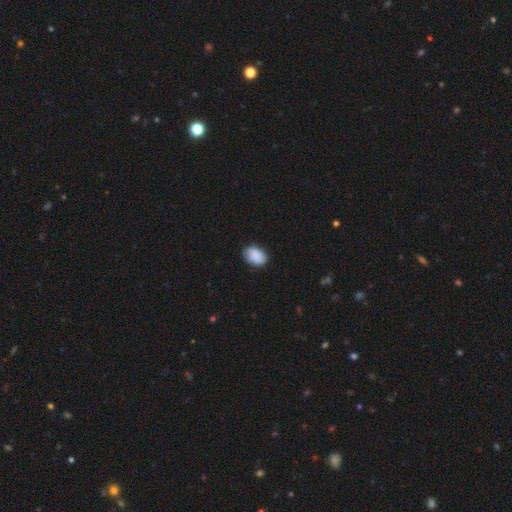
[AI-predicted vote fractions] A smooth galaxy with no disk features (78%) that is in between round and cigar-shaped (78%). Merging: none (71%).